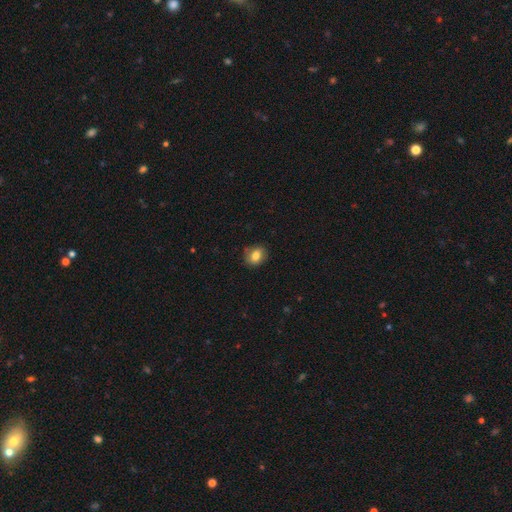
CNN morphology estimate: Overall: smooth (78%). How rounded: round (57%; in between 42%). Merging: none (79%).